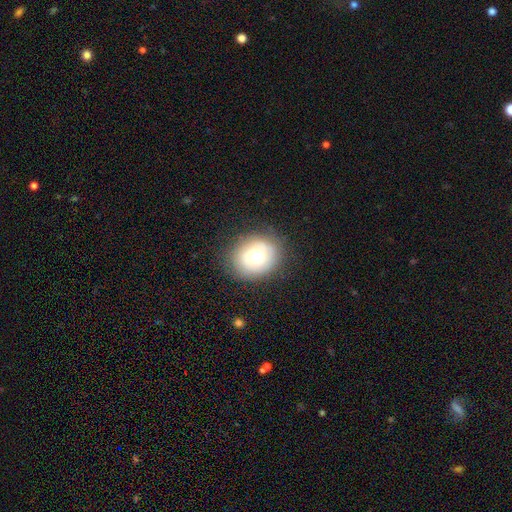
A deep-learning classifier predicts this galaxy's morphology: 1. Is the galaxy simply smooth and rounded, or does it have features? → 57% smooth, 33% featured or disk, 10% star or artifact.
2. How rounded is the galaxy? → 66% round, 33% in between, 1% cigar-shaped.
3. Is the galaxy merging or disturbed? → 81% none, 13% minor disturbance, 5% major disturbance, 1% merger.